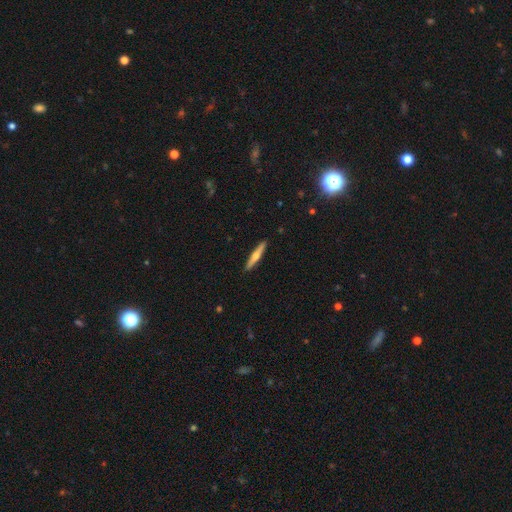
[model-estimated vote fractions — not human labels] Smooth or featured: featured or disk — 50% (smooth — 45%)
Merging: none — 91% (minor disturbance — 6%)